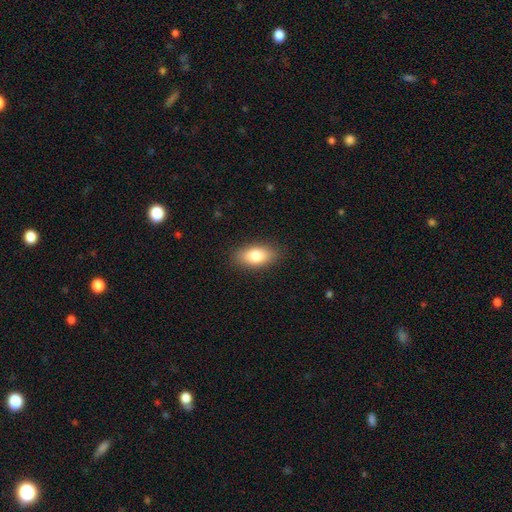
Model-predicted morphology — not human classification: This is clearly a smooth galaxy (80%). How rounded: clearly in between (89%). Merging: clearly none (87%).